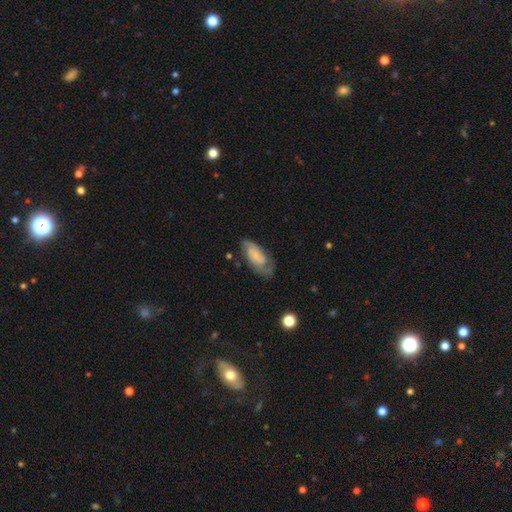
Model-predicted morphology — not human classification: Smooth or featured: featured or disk — 61% (smooth — 32%)
Edge-on disk: no — 93% (yes — 7%)
Bar: no — 66% (weak — 27%)
Spiral arms: yes — 89% (no — 11%)
Spiral winding: medium — 43% (tight — 39%)
Spiral arm count: 2 — 72% (can't tell — 16%)
Bulge size: small — 50% (none — 29%)
Merging: none — 64% (minor disturbance — 23%)